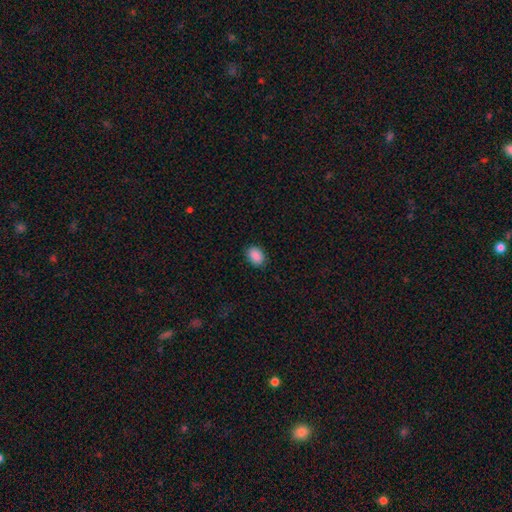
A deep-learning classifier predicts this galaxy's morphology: Smooth or featured: smooth — 89% (star or artifact — 8%)
How rounded: in between — 78% (round — 21%)
Merging: none — 86% (minor disturbance — 10%)